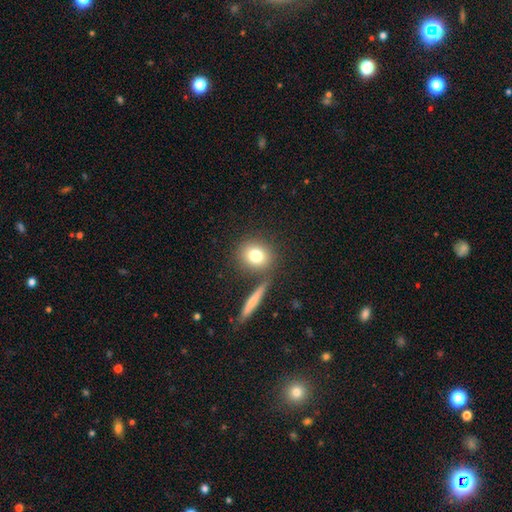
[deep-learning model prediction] A smooth galaxy with no disk features (78%) that is round (80%).

Vote fractions:
- Smooth or featured? smooth: 78% / featured or disk: 12% / star or artifact: 10%
- How rounded? round: 80% / in between: 18% / cigar-shaped: 2%
- Merging? none: 76% / merger: 11% / minor disturbance: 9% / major disturbance: 4%